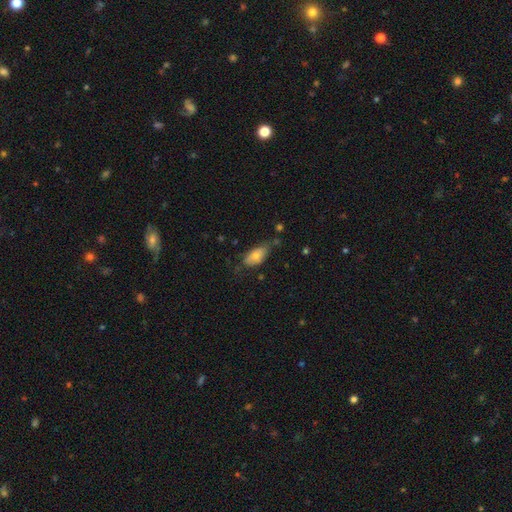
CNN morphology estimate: smooth-or-featured: smooth: 71% | featured or disk: 22% | star or artifact: 8%
  how-rounded: in between: 89% | cigar-shaped: 7% | round: 4%
  merging: none: 56% | minor disturbance: 32% | major disturbance: 8% | merger: 4%